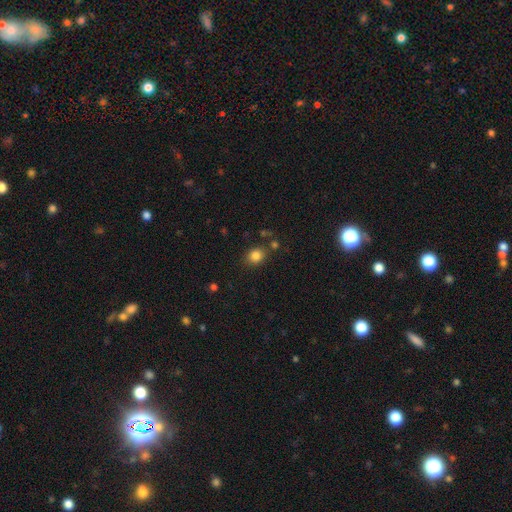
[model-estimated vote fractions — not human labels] Morphology: type=smooth (83%); roundness=round (60%); merging=none (79%).